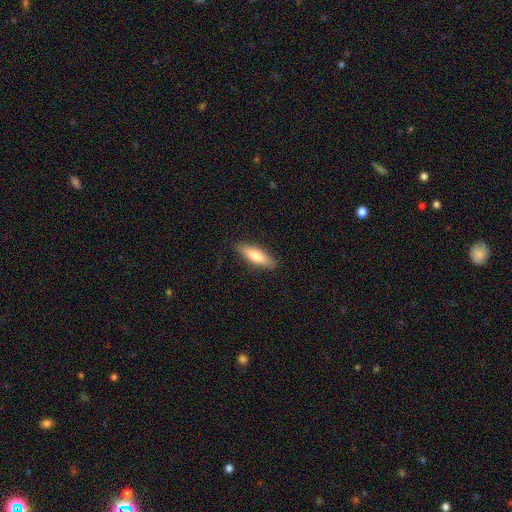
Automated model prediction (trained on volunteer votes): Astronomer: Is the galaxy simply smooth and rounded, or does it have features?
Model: smooth — 77%.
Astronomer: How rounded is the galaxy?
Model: cigar-shaped — 51% (runner-up: in between, 48%).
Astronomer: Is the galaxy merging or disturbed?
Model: none — 86%.